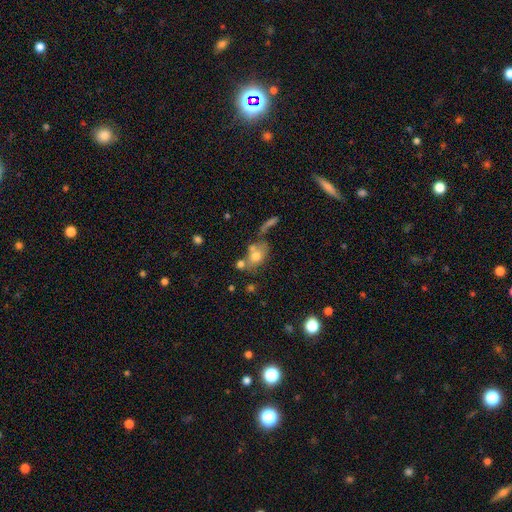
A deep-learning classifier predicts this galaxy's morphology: Smooth or featured? Predicted: smooth (p=0.66). How rounded? Predicted: in between (p=0.63). Merging? Predicted: none (p=0.39).